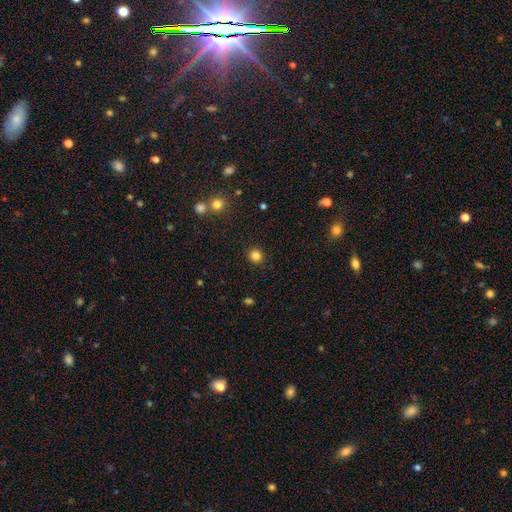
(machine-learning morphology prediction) A smooth galaxy with no disk features (83%) that is round (89%).

Vote fractions:
- Smooth or featured? smooth: 83% / star or artifact: 13% / featured or disk: 4%
- How rounded? round: 89% / in between: 10% / cigar-shaped: 1%
- Merging? none: 91% / minor disturbance: 5% / major disturbance: 2% / merger: 1%